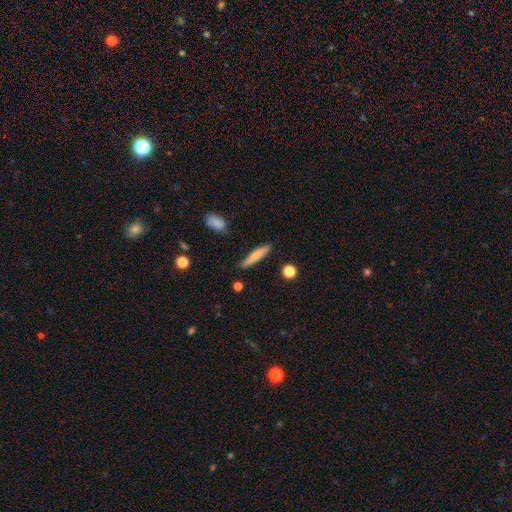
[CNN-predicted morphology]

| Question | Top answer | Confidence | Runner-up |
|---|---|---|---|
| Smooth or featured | smooth | 69% | featured or disk (25%) |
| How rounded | cigar-shaped | 86% | in between (12%) |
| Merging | none | 84% | minor disturbance (12%) |